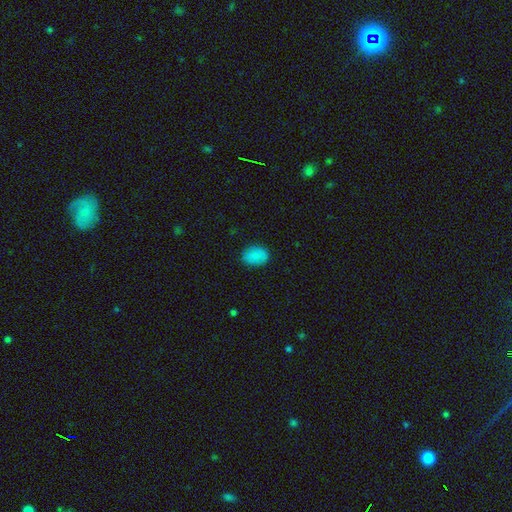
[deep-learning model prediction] A smooth galaxy with no disk features (85%) that is in between round and cigar-shaped (73%). Merging: none (87%).